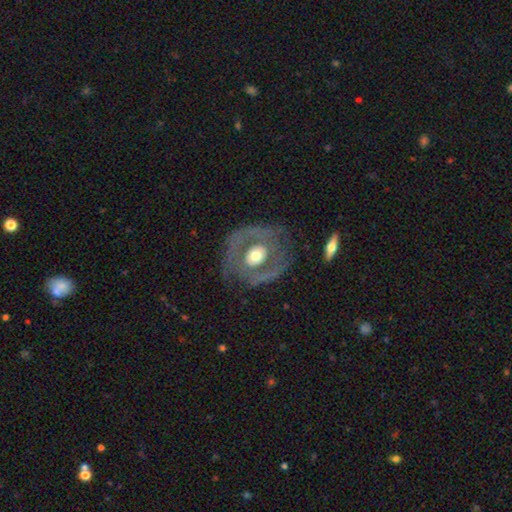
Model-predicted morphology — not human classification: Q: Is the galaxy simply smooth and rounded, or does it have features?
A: featured or disk — 69%.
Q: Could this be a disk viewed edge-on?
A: no — 95%.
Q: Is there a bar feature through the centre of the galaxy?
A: no — 74%.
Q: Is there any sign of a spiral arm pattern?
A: no — 54%.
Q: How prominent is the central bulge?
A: moderate — 63%.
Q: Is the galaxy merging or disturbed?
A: none — 70%.